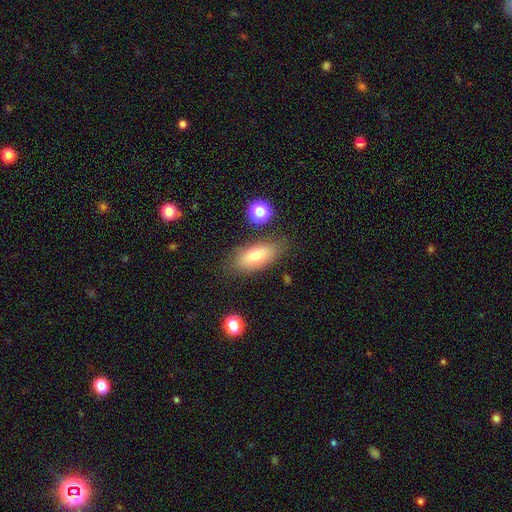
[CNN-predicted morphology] This is likely a smooth galaxy (74%). How rounded: clearly in between (85%). Merging: likely none (78%).